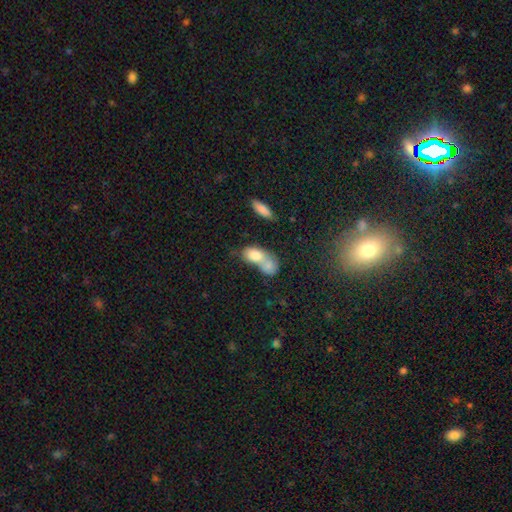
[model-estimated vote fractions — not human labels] A smooth galaxy with no disk features (75%) that is in between round and cigar-shaped (74%).

Vote fractions:
- Smooth or featured? smooth: 75% / featured or disk: 16% / star or artifact: 10%
- How rounded? in between: 74% / round: 20% / cigar-shaped: 5%
- Merging? merger: 69% / none: 19% / minor disturbance: 7% / major disturbance: 5%